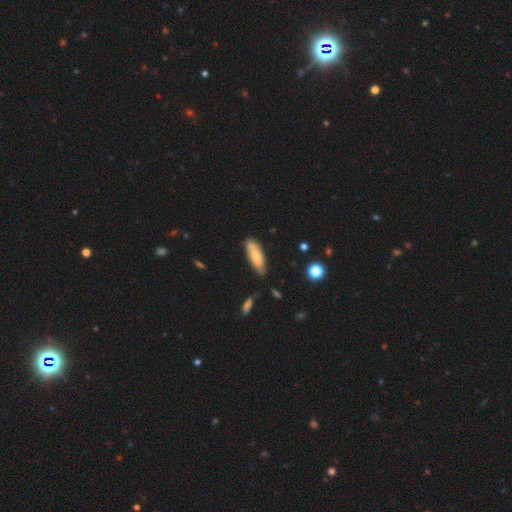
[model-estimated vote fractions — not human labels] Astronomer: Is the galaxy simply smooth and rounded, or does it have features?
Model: smooth — 69%.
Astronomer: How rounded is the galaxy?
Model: in between — 58% (runner-up: cigar-shaped, 40%).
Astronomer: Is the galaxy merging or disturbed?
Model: none — 68%.